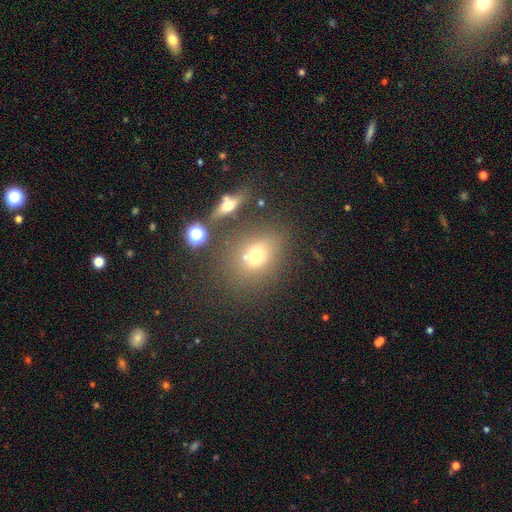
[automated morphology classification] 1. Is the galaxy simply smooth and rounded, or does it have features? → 65% smooth, 18% featured or disk, 16% star or artifact.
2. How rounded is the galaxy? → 51% round, 46% in between, 3% cigar-shaped.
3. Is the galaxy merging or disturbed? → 63% none, 17% merger, 14% minor disturbance, 7% major disturbance.